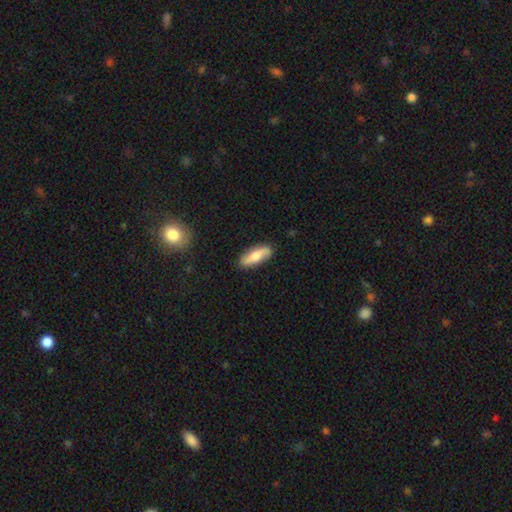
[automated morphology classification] Smooth or featured?
  - featured or disk: 50% *
  - smooth: 44%
  - star or artifact: 6%
Edge-on disk?
  - no: 75% *
  - yes: 25%
Merging?
  - none: 85% *
  - minor disturbance: 11%
  - major disturbance: 2%
  - merger: 1%